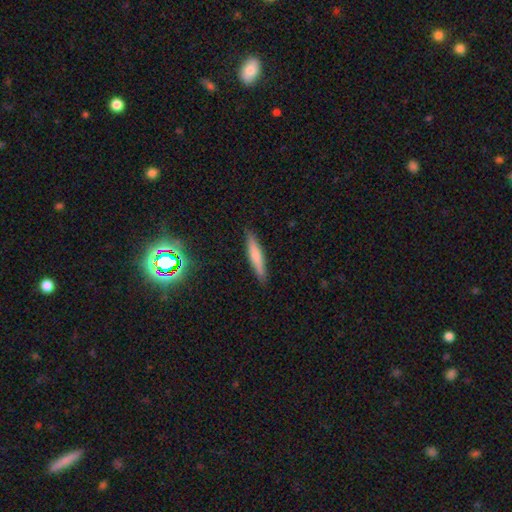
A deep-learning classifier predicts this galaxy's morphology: This appears to be a smooth galaxy with no disk features (67%) that is cigar-shaped (90%). Merging: none (89%).